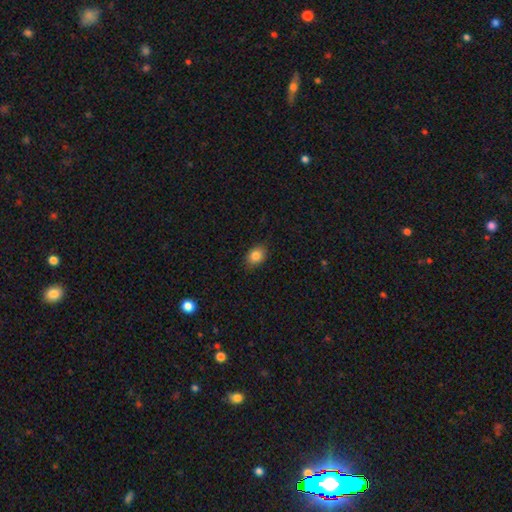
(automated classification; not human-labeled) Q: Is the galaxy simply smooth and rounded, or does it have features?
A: smooth — 84%.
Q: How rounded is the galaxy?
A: in between — 70%.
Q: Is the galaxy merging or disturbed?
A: none — 86%.